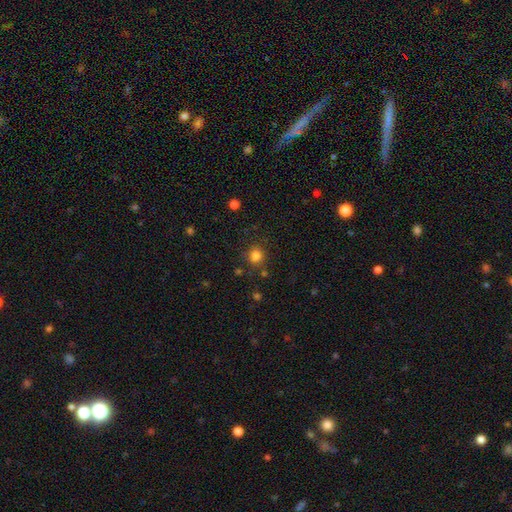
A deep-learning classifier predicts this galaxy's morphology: Overall: smooth (82%). How rounded: round (87%). Merging: none (83%).